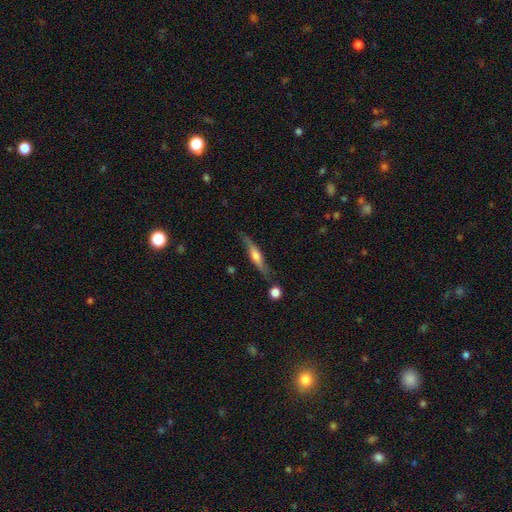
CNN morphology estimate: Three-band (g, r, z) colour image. It shows a featured or disk galaxy (57%) viewed edge-on (90%) with a rounded central bulge (72%). Merging: none (74%).